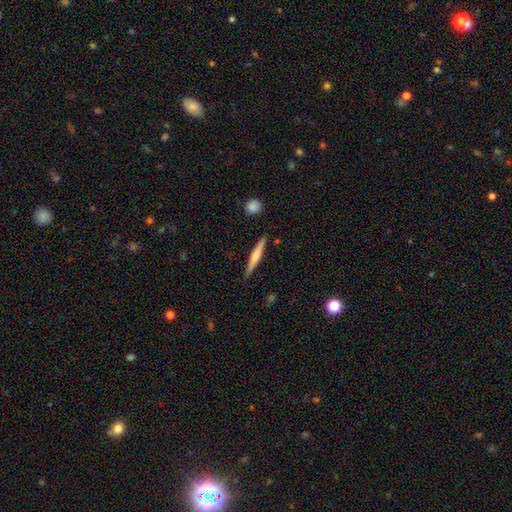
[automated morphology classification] smooth-or-featured: featured or disk: 52% | smooth: 42% | star or artifact: 5%
  disk-edge-on: yes: 98% | no: 2%
    edge-on-bulge: rounded: 70% | none: 18% | boxy: 13%
  merging: none: 90% | minor disturbance: 7% | merger: 2% | major disturbance: 1%